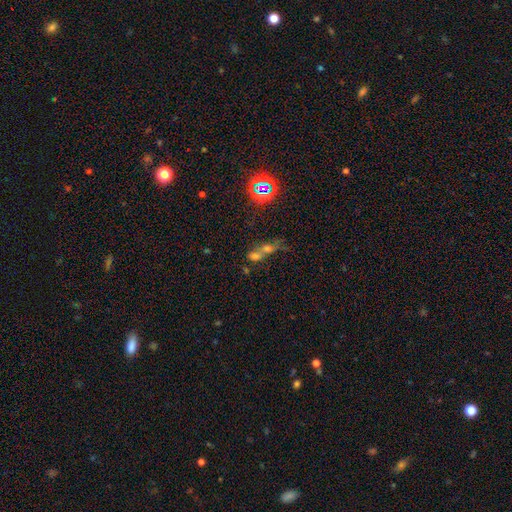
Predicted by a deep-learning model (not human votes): Smooth or featured?
  - smooth: 47% *
  - star or artifact: 30%
  - featured or disk: 23%
Merging?
  - merger: 66% *
  - none: 21%
  - minor disturbance: 6%
  - major disturbance: 6%